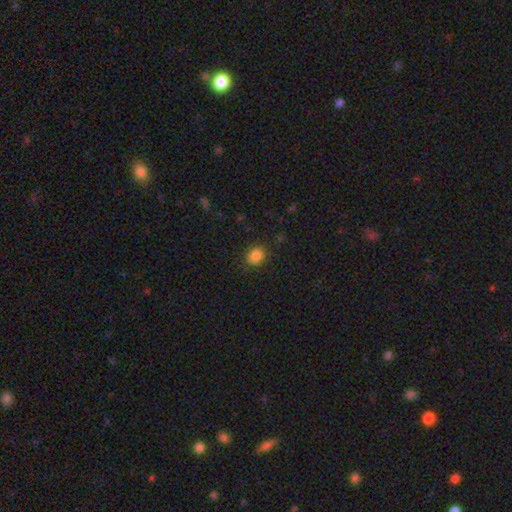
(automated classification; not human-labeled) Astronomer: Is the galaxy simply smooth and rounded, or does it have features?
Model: smooth — 84%.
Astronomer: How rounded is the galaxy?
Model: round — 61% (runner-up: in between, 38%).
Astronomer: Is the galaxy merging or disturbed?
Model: none — 86%.